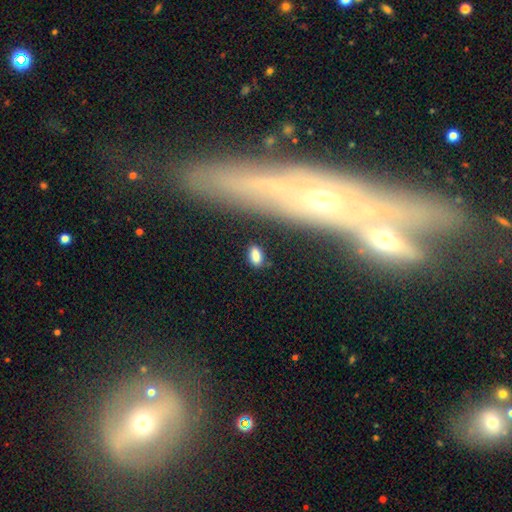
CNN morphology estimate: The model was most divided on "merging": none: 78%, minor disturbance: 13%, major disturbance: 4%, merger: 4%. More confident: how rounded — in between (89%); smooth or featured — smooth (82%).